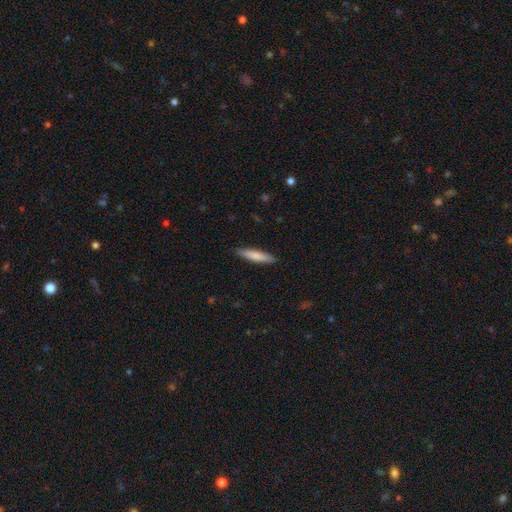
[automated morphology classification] Smooth or featured? smooth (78%)
How rounded? cigar-shaped (83%)
Merging? none (89%)